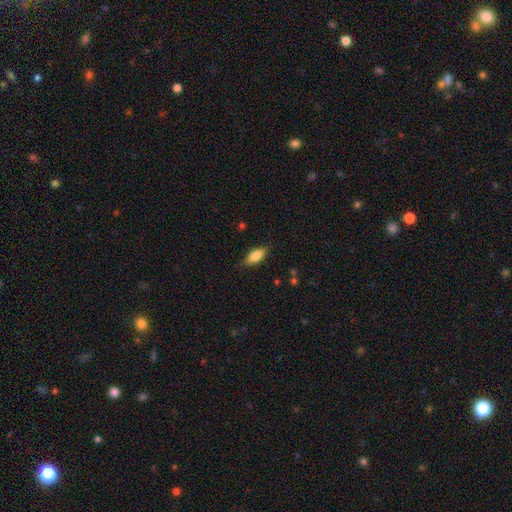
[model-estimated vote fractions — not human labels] Q: Smooth or featured?
A: smooth (79%); runner-up: featured or disk (15%)
Q: How rounded?
A: in between (80%); runner-up: cigar-shaped (18%)
Q: Merging?
A: none (81%); runner-up: minor disturbance (15%)